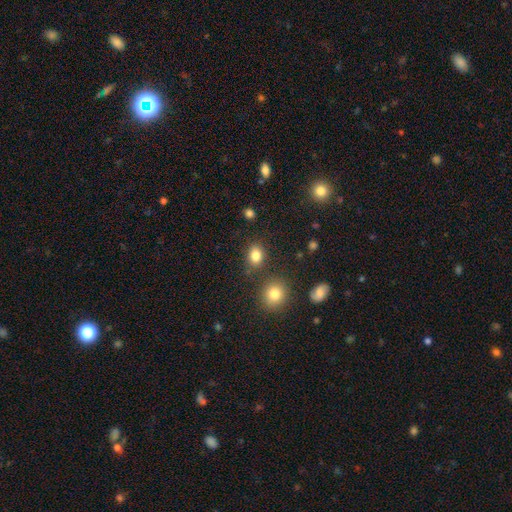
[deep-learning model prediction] This appears to be a smooth galaxy with no disk features (83%) that is in between round and cigar-shaped (63%). Merging: none (77%).